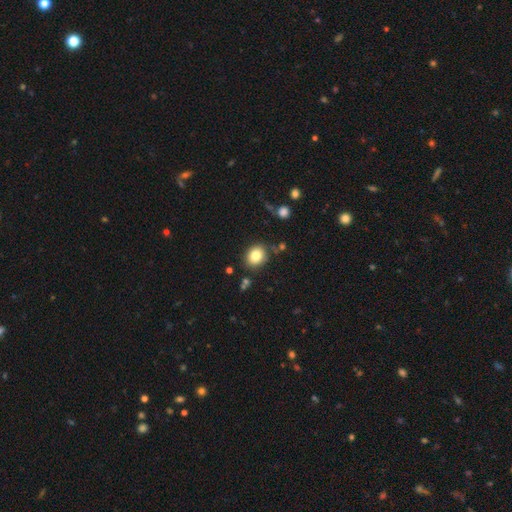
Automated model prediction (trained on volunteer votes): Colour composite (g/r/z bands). It shows a smooth galaxy with no disk features (81%) that is round (58%). Merging: none (82%).